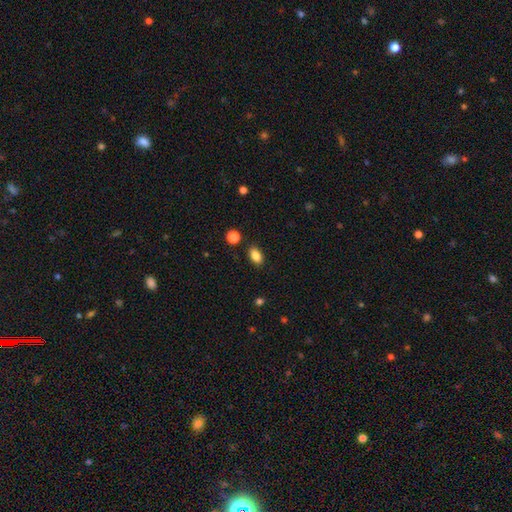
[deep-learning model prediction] Overall: smooth (85%). How rounded: in between (87%). Merging: none (87%).